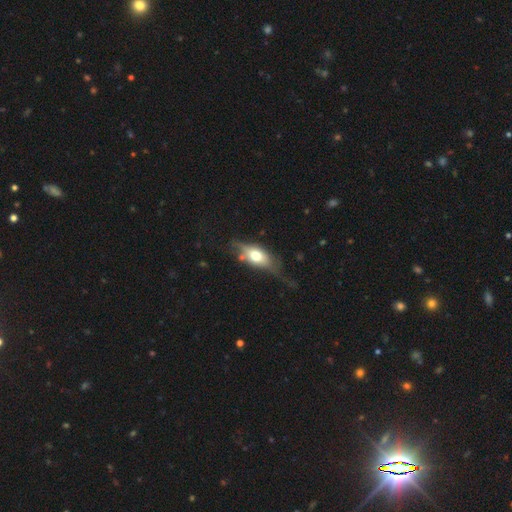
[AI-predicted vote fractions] A smooth galaxy with no disk features (52%) that is in between round and cigar-shaped (80%). Merging: none (44%).